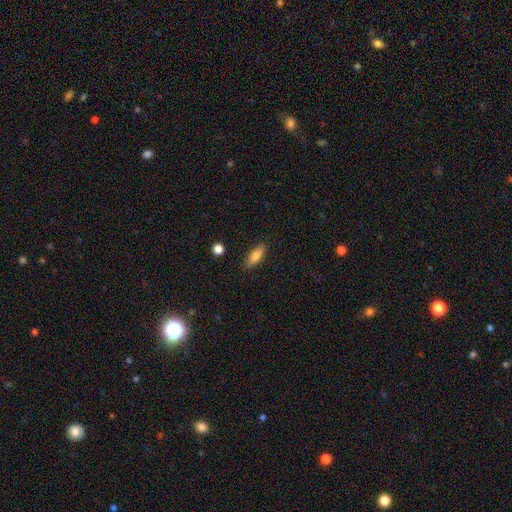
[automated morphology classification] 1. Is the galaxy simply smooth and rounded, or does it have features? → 76% smooth, 17% featured or disk, 7% star or artifact.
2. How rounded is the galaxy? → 55% in between, 42% cigar-shaped, 3% round.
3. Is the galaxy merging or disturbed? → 84% none, 12% minor disturbance, 2% major disturbance, 2% merger.